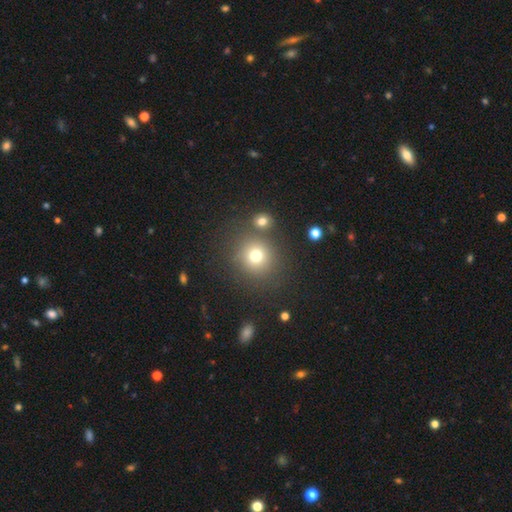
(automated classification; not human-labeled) The model was most divided on "smooth or featured": smooth: 74%, star or artifact: 16%, featured or disk: 10%. More confident: how rounded — round (89%); merging — none (78%).